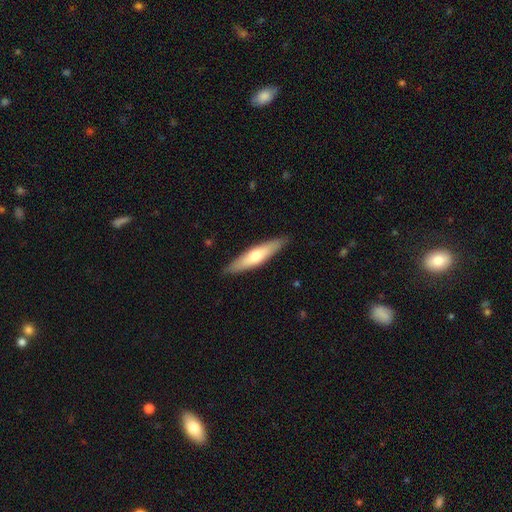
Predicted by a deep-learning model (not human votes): Smooth or featured: smooth — 56% (featured or disk — 39%)
How rounded: cigar-shaped — 79% (in between — 20%)
Merging: none — 89% (minor disturbance — 9%)